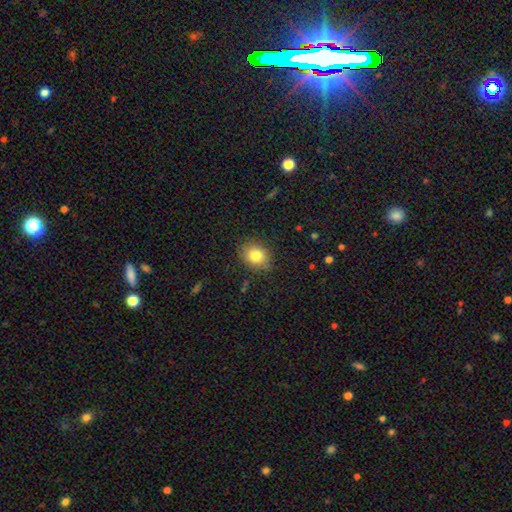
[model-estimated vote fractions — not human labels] smooth 81%, star or artifact 11%, featured or disk 8%. Down the decision tree: how rounded — round (61%); merging — none (83%).